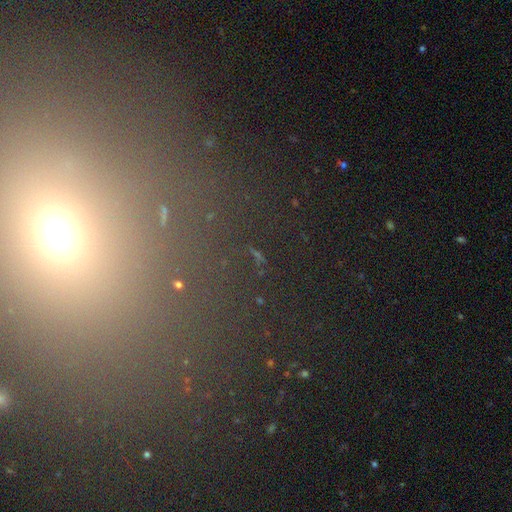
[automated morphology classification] smooth-or-featured: star or artifact: 67% | smooth: 20% | featured or disk: 13%